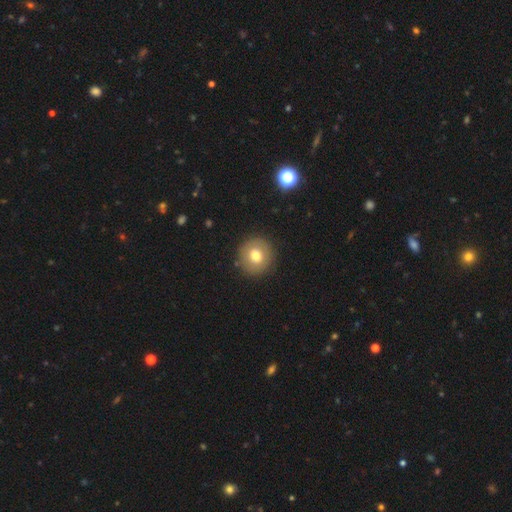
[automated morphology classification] Q: Smooth or featured?
A: smooth (73%); runner-up: featured or disk (17%)
Q: How rounded?
A: round (92%); runner-up: in between (7%)
Q: Merging?
A: none (89%); runner-up: minor disturbance (7%)